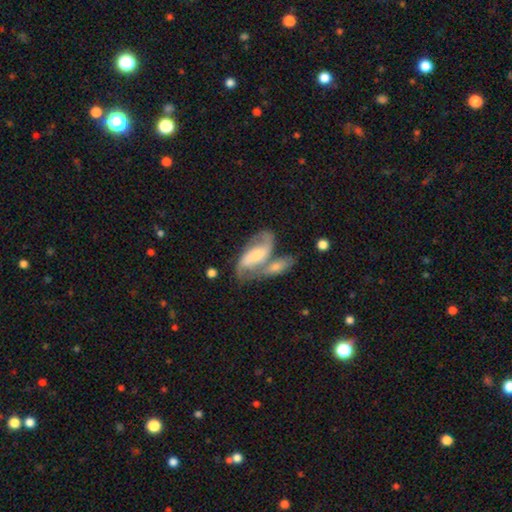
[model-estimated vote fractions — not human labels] smooth-or-featured: featured or disk: 73% | smooth: 21% | star or artifact: 6%
  disk-edge-on: no: 93% | yes: 7%
    bar: weak: 41% | no: 35% | strong: 24%
    has-spiral-arms: yes: 92% | no: 8%
      spiral-winding: medium: 43% | loose: 42% | tight: 15%
      spiral-arm-count: 2: 86% | can't tell: 7% | 1: 3% | 3: 2% | 4: 1% | more than 4: 1%
    bulge-size: moderate: 46% | small: 40% | large: 8% | none: 5% | dominant: 2%
  merging: merger: 49% | none: 31% | minor disturbance: 12% | major disturbance: 8%